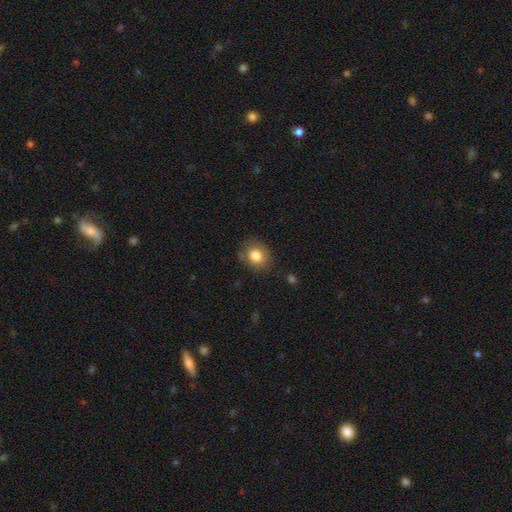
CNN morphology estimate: The model was most divided on "how rounded": round: 56%, in between: 43%, cigar-shaped: 1%. More confident: smooth or featured — smooth (81%); merging — none (76%).